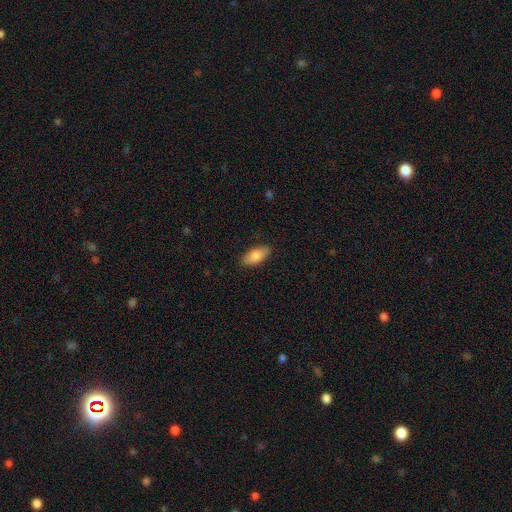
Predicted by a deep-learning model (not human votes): This is clearly a smooth galaxy (84%). How rounded: clearly in between (87%). Merging: clearly none (87%).